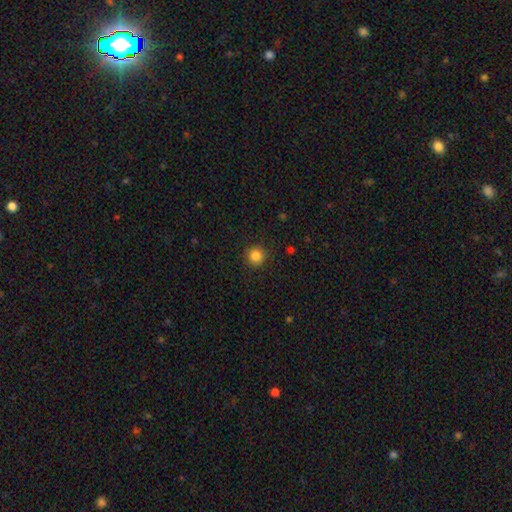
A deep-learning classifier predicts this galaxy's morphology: The model was most divided on "smooth or featured": smooth: 85%, star or artifact: 11%, featured or disk: 4%. More confident: how rounded — round (93%); merging — none (90%).